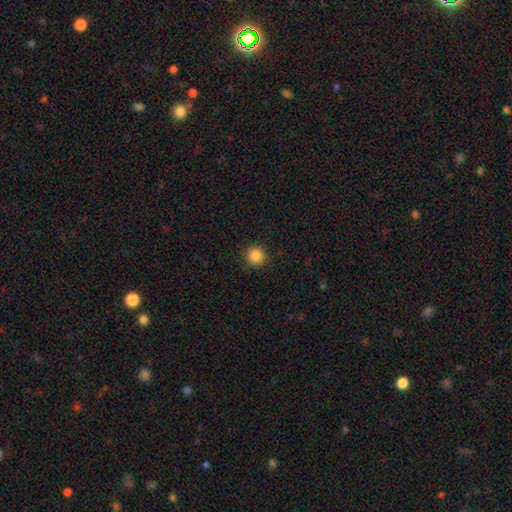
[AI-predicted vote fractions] This appears to be a smooth galaxy with no disk features (86%) that is round (96%). Merging: none (92%).